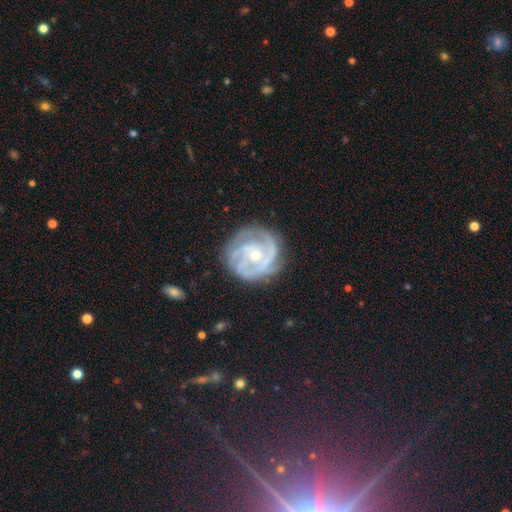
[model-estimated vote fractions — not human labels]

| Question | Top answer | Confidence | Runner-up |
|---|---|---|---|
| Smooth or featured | featured or disk | 86% | smooth (8%) |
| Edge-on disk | no | 98% | yes (2%) |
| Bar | no | 68% | weak (25%) |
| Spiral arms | yes | 96% | no (4%) |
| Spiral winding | tight | 59% | medium (34%) |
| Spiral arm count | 3 | 44% | 2 (21%) |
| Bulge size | small | 60% | moderate (37%) |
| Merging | none | 75% | minor disturbance (17%) |